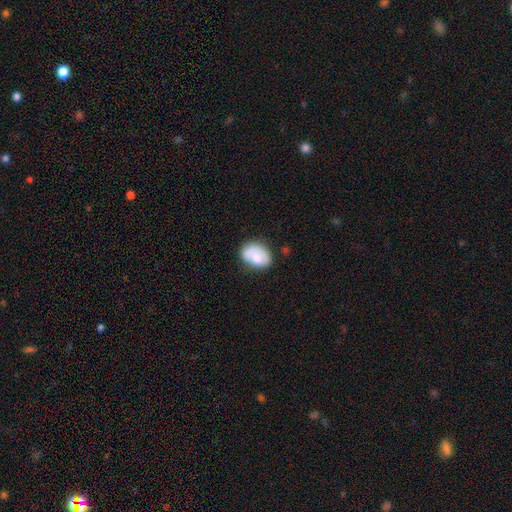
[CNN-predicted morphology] A smooth galaxy with no disk features (72%) that is in between round and cigar-shaped (76%). Merging: none (57%).